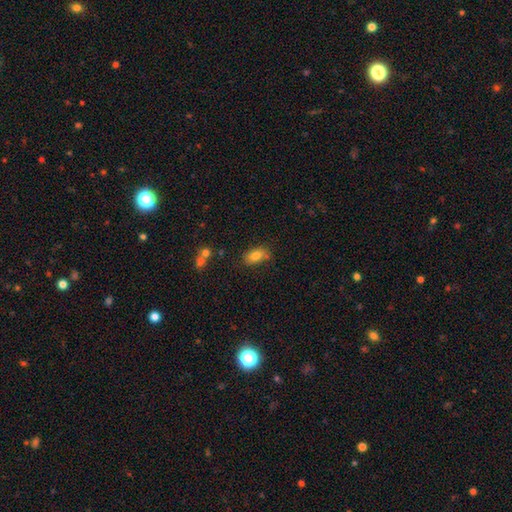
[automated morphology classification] Overall: smooth (81%). How rounded: in between (88%). Merging: none (71%).